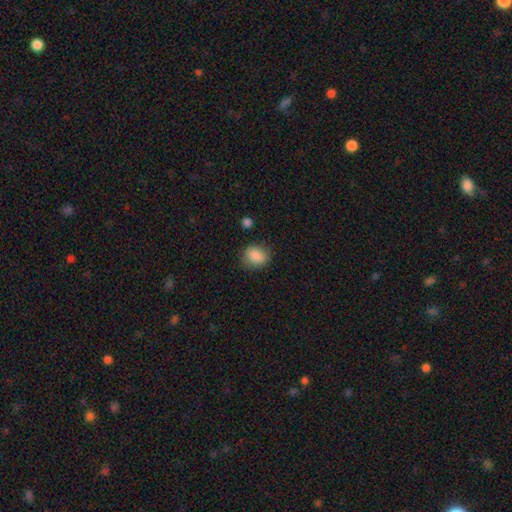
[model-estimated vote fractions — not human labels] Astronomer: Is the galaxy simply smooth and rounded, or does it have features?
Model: smooth — 87%.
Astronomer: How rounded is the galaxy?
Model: round — 50% (runner-up: in between, 48%).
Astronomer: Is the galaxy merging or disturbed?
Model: none — 79%.